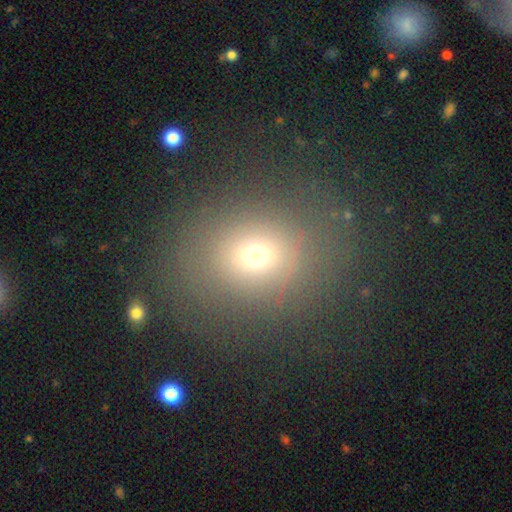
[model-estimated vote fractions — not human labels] smooth 66%, star or artifact 20%, featured or disk 14%. Down the decision tree: how rounded — round (65%); merging — none (80%).